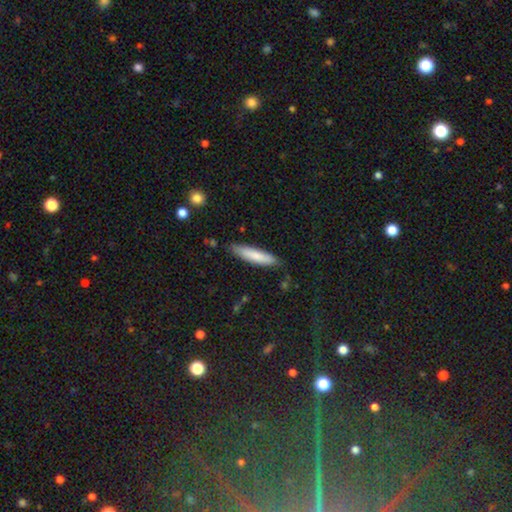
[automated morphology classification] Q: Smooth or featured?
A: smooth (78%); runner-up: featured or disk (16%)
Q: How rounded?
A: cigar-shaped (82%); runner-up: in between (17%)
Q: Merging?
A: none (84%); runner-up: minor disturbance (13%)